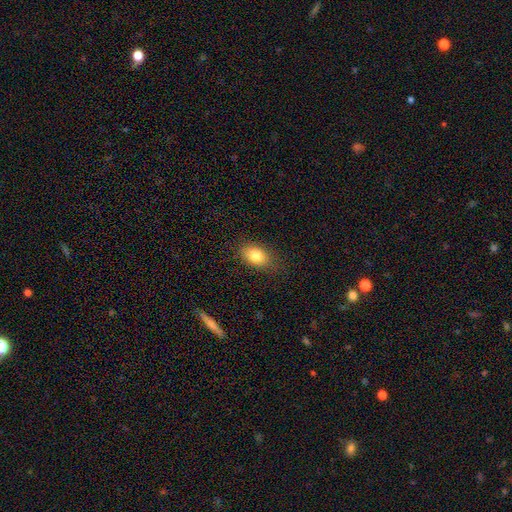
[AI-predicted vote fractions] Morphology: type=smooth (83%); roundness=in between (85%); merging=none (81%).